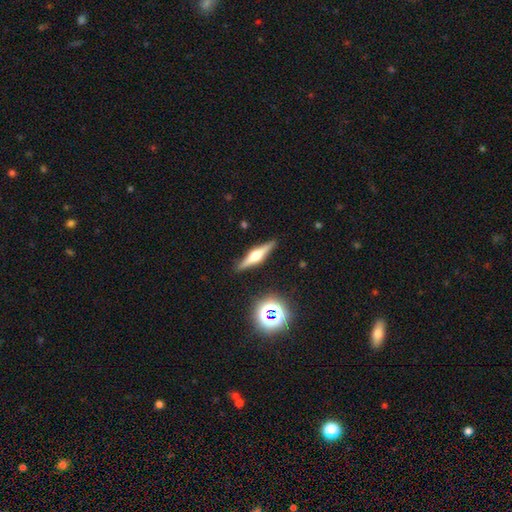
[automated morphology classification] Smooth or featured? Predicted: featured or disk (p=0.72). Edge-on disk? Predicted: yes (p=0.97). Edge-on bulge? Predicted: rounded (p=0.91). Merging? Predicted: none (p=0.90).